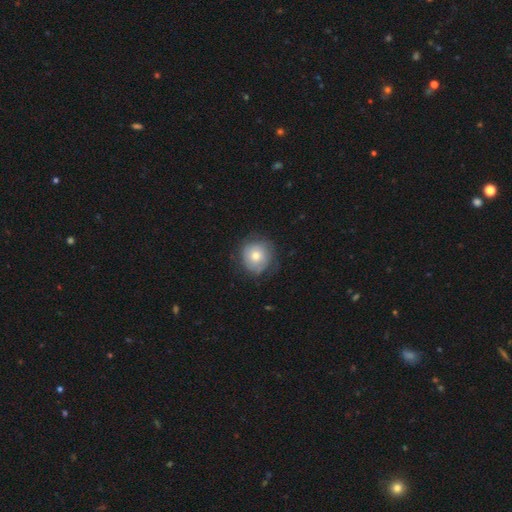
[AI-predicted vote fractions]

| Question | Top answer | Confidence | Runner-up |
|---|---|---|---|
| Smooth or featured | smooth | 66% | featured or disk (27%) |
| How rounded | round | 89% | in between (10%) |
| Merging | none | 68% | minor disturbance (22%) |